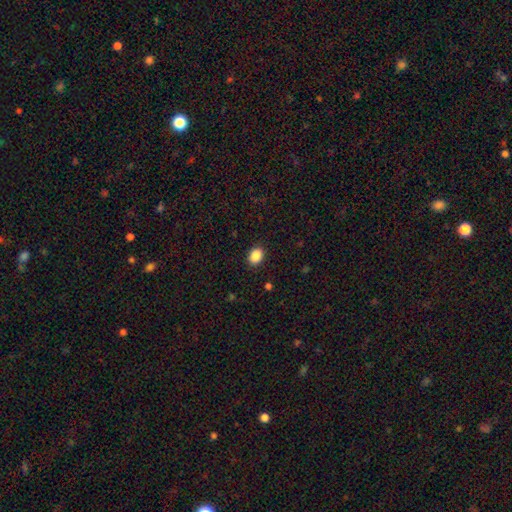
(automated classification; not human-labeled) Q: Smooth or featured?
A: smooth (88%); runner-up: star or artifact (9%)
Q: How rounded?
A: in between (67%); runner-up: round (32%)
Q: Merging?
A: none (90%); runner-up: minor disturbance (7%)